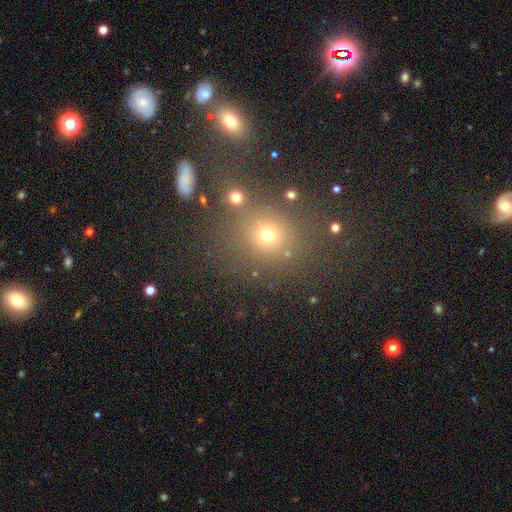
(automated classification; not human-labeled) Smooth or featured: smooth — 51% (star or artifact — 40%)
How rounded: round — 79% (in between — 20%)
Merging: none — 81% (minor disturbance — 9%)